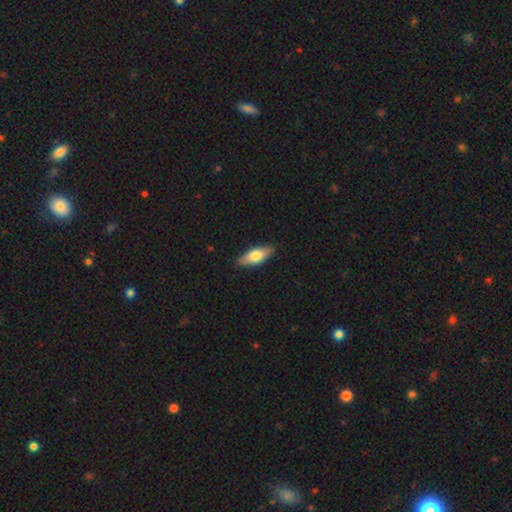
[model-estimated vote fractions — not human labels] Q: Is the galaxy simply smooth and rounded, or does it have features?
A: smooth — 67%.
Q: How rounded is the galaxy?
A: in between — 72%.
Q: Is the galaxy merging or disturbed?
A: none — 88%.